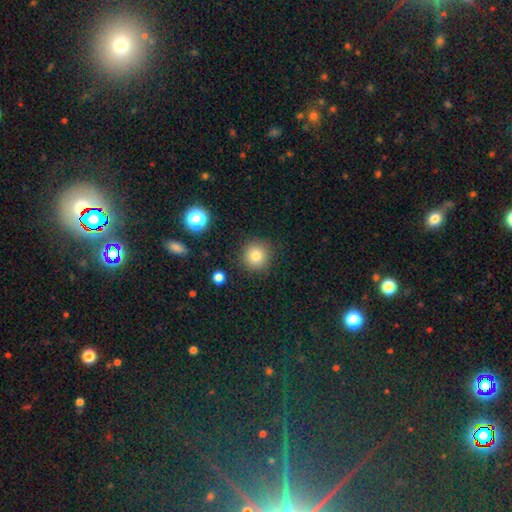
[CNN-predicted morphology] Q: Smooth or featured?
A: smooth (80%); runner-up: star or artifact (12%)
Q: How rounded?
A: round (94%); runner-up: in between (5%)
Q: Merging?
A: none (88%); runner-up: minor disturbance (7%)